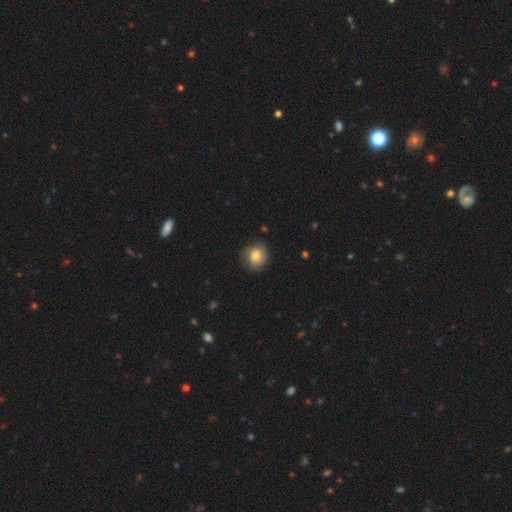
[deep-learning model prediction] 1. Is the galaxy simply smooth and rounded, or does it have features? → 55% smooth, 36% featured or disk, 9% star or artifact.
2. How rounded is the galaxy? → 85% round, 14% in between, 1% cigar-shaped.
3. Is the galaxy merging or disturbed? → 79% none, 15% minor disturbance, 5% major disturbance, 1% merger.